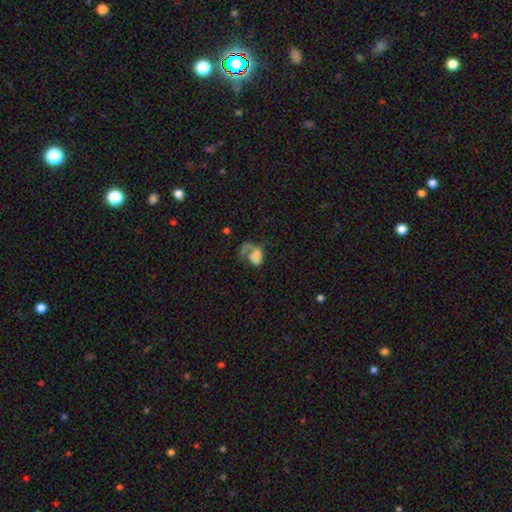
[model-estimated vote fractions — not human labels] Morphology: type=smooth (54%); roundness=in between (74%); merging=major disturbance (50%).